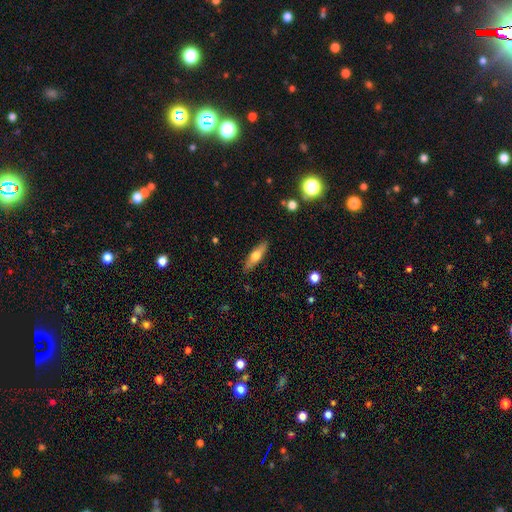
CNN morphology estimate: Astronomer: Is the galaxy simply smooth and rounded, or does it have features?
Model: smooth — 56% (runner-up: featured or disk, 38%).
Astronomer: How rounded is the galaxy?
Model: cigar-shaped — 65%.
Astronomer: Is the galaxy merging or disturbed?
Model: none — 88%.